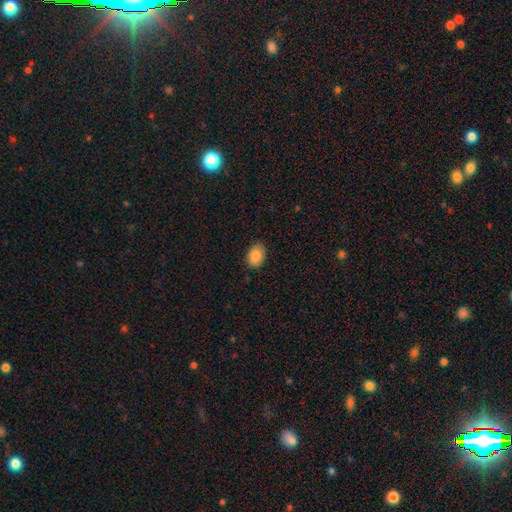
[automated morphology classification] A smooth galaxy with no disk features (87%) that is in between round and cigar-shaped (82%).

Vote fractions:
- Smooth or featured? smooth: 87% / star or artifact: 7% / featured or disk: 6%
- How rounded? in between: 82% / round: 17% / cigar-shaped: 1%
- Merging? none: 87% / minor disturbance: 11% / major disturbance: 2% / merger: 1%